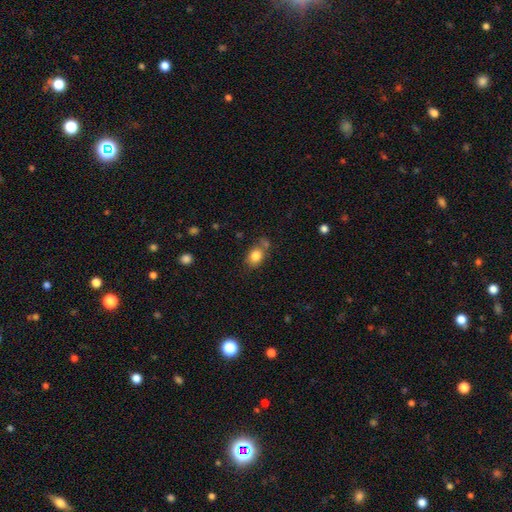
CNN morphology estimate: Smooth or featured?
  - smooth: 82% *
  - star or artifact: 9%
  - featured or disk: 9%
How rounded?
  - in between: 65% *
  - round: 34%
  - cigar-shaped: 1%
Merging?
  - none: 60% *
  - minor disturbance: 18%
  - merger: 16%
  - major disturbance: 6%